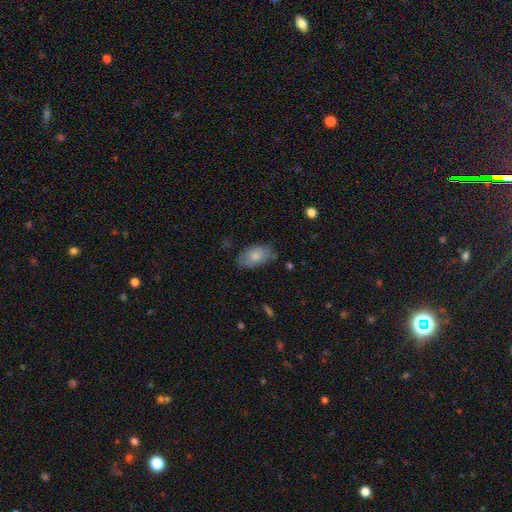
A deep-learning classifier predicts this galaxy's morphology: This appears to be a smooth galaxy with no disk features (78%) that is in between round and cigar-shaped (92%). Merging: none (71%).